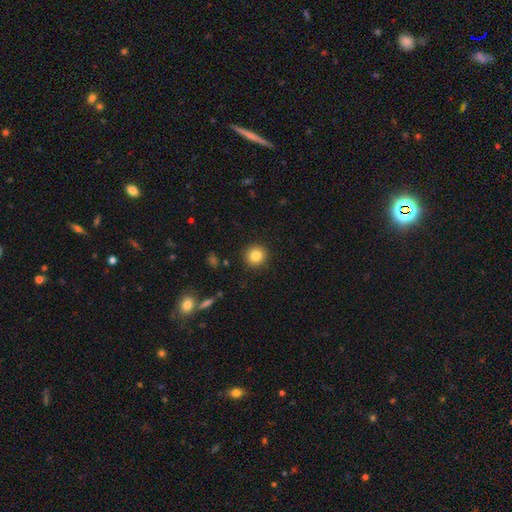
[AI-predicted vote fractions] Morphology: type=smooth (83%); roundness=round (94%); merging=none (92%).